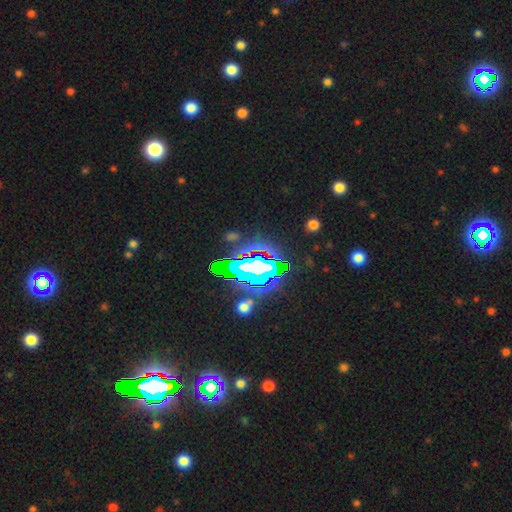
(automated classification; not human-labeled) Q: Smooth or featured?
A: star or artifact (62%); runner-up: featured or disk (22%)